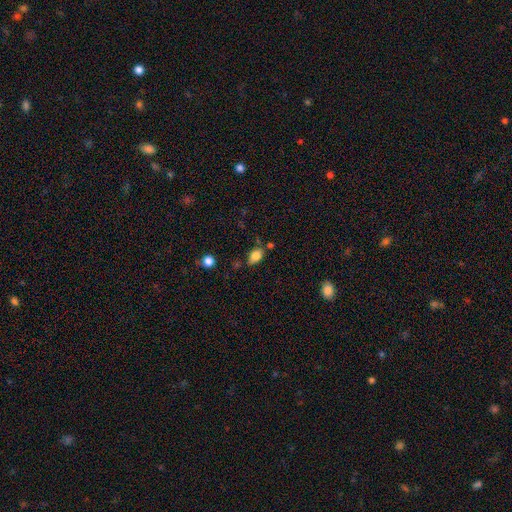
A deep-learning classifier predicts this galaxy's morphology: Smooth or featured? Predicted: smooth (p=0.82). How rounded? Predicted: in between (p=0.86). Merging? Predicted: none (p=0.70).